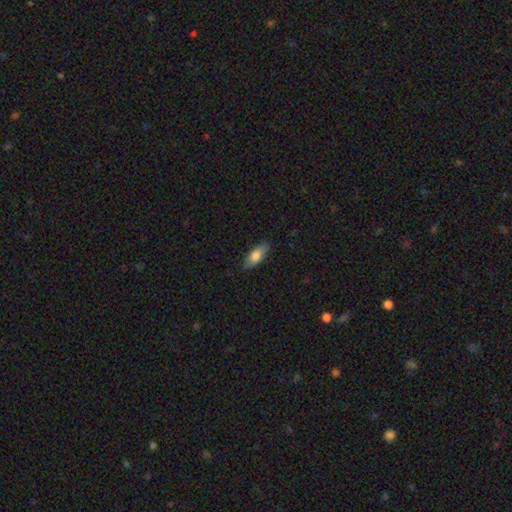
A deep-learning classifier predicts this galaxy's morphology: This is likely a smooth galaxy (76%). How rounded: likely in between (73%). Merging: clearly none (83%).